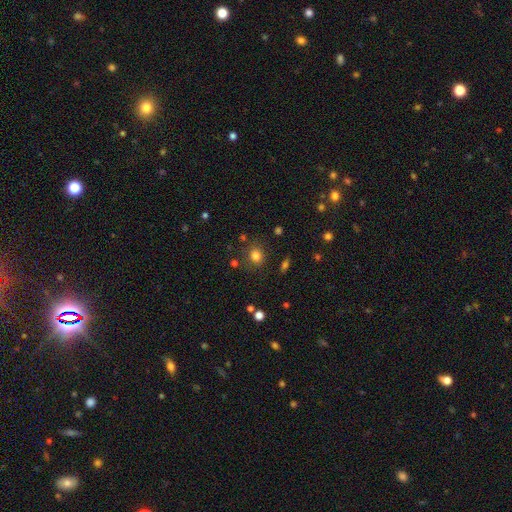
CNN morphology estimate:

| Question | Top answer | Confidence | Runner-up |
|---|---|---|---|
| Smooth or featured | smooth | 80% | star or artifact (14%) |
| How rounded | round | 75% | in between (24%) |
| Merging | none | 81% | minor disturbance (11%) |